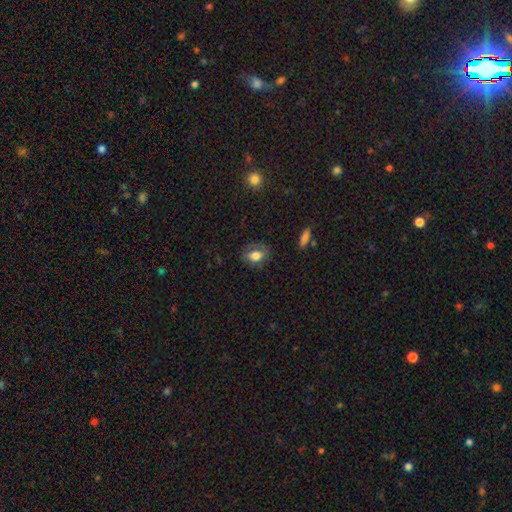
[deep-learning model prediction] smooth-or-featured: smooth: 72% | featured or disk: 19% | star or artifact: 9%
  how-rounded: in between: 71% | round: 27% | cigar-shaped: 2%
  merging: none: 69% | minor disturbance: 21% | major disturbance: 9% | merger: 2%